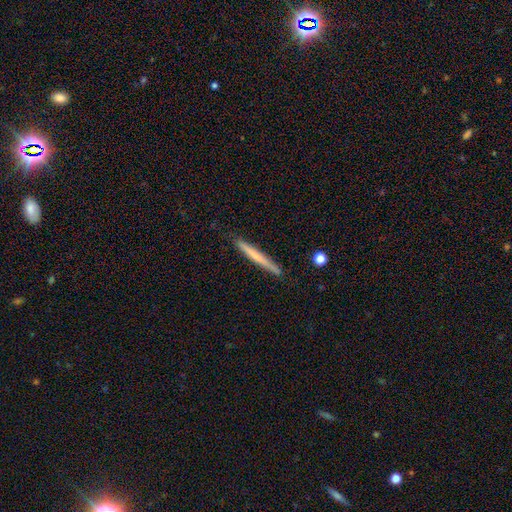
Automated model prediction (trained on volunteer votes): Smooth or featured: smooth — 57% (featured or disk — 37%)
How rounded: cigar-shaped — 97% (in between — 2%)
Merging: none — 88% (minor disturbance — 9%)